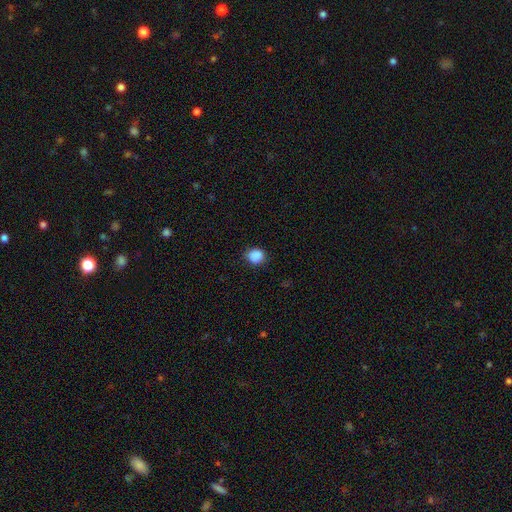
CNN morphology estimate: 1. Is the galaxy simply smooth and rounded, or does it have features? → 88% smooth, 9% star or artifact, 3% featured or disk.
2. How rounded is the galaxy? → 75% round, 24% in between, 1% cigar-shaped.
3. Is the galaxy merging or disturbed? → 82% none, 14% minor disturbance, 3% major disturbance, 1% merger.